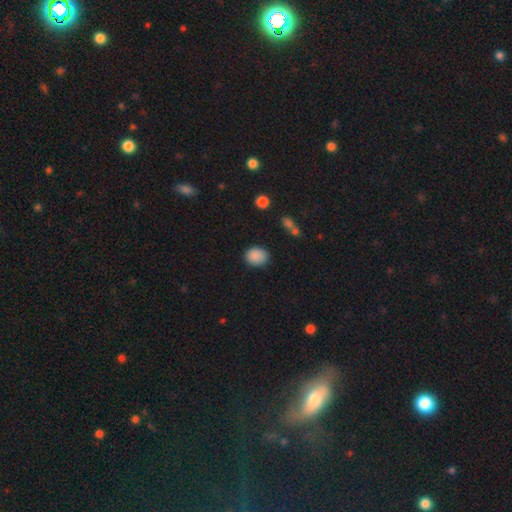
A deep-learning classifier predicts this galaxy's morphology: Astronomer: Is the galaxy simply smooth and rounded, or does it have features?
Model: smooth — 88%.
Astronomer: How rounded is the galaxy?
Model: round — 53% (runner-up: in between, 46%).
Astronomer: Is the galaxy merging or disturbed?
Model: none — 82%.